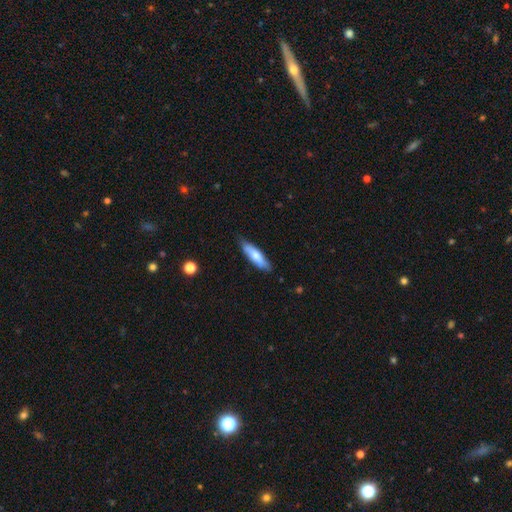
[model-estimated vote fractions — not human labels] A smooth galaxy with no disk features (67%) that is cigar-shaped (67%).

Vote fractions:
- Smooth or featured? smooth: 67% / featured or disk: 28% / star or artifact: 6%
- How rounded? cigar-shaped: 67% / in between: 31% / round: 2%
- Merging? none: 79% / minor disturbance: 17% / major disturbance: 3% / merger: 1%